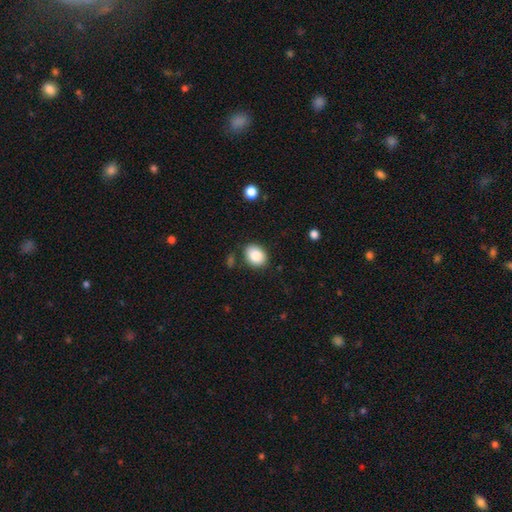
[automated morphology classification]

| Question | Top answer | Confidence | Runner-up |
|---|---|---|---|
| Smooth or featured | smooth | 85% | star or artifact (8%) |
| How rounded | in between | 59% | round (40%) |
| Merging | none | 84% | minor disturbance (11%) |